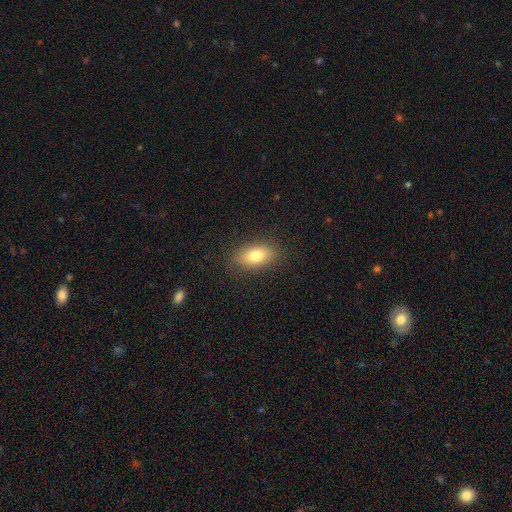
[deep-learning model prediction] This is likely a smooth galaxy (78%). How rounded: clearly in between (86%). Merging: clearly none (86%).